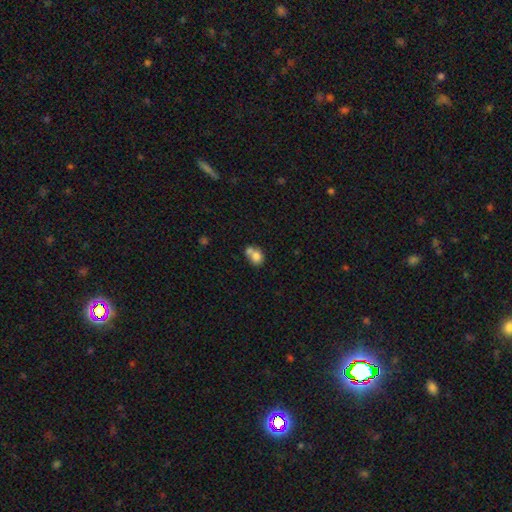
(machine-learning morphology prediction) A smooth galaxy with no disk features (77%) that is round (55%). Merging: merger (54%).